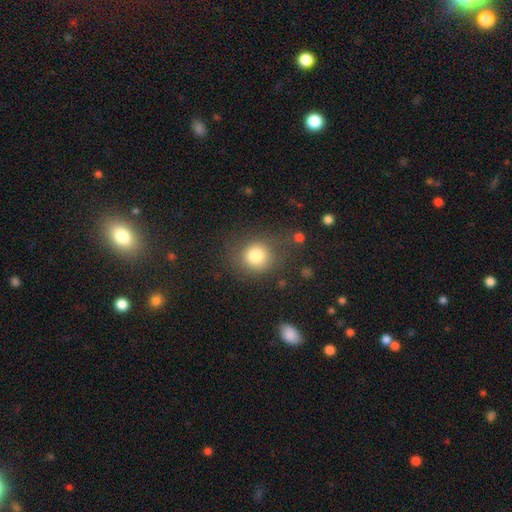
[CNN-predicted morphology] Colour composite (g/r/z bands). It shows a smooth galaxy with no disk features (80%) that is round (83%). Merging: none (71%).